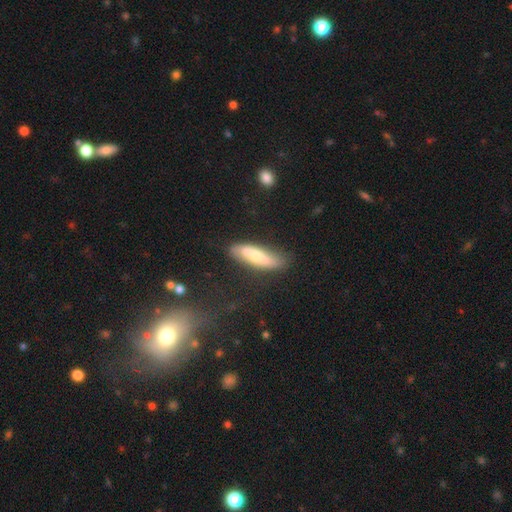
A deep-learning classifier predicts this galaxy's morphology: smooth_or_featured: smooth (p=0.63) [alt: featured or disk p=0.31]
how_rounded: cigar-shaped (p=0.65) [alt: in between p=0.33]
merging: none (p=0.75) [alt: minor disturbance p=0.18]